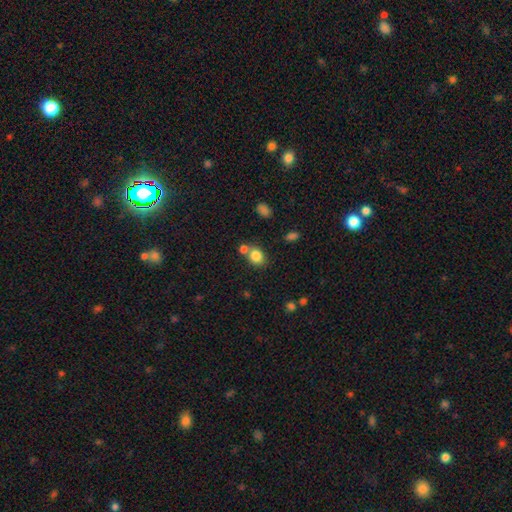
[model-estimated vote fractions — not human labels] This appears to be a smooth galaxy with no disk features (83%) that is round (56%). Merging: none (57%).